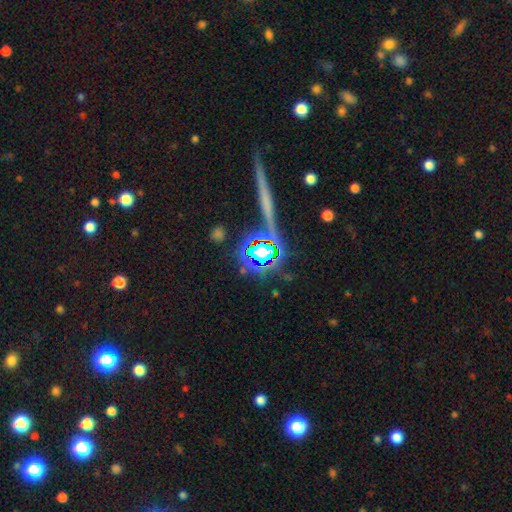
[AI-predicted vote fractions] Smooth or featured: star or artifact — 54% (featured or disk — 23%)